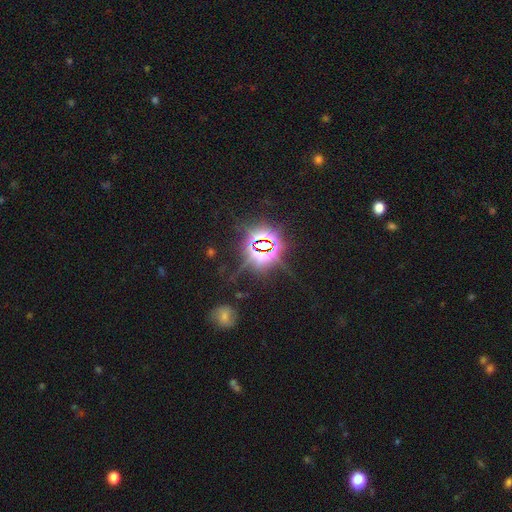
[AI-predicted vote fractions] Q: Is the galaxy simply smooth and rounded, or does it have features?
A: star or artifact — 83%.